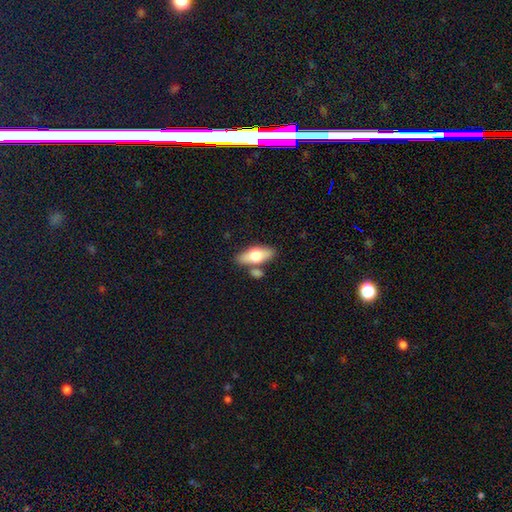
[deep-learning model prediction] Smooth or featured?
  - smooth: 61% *
  - featured or disk: 33%
  - star or artifact: 6%
How rounded?
  - in between: 79% *
  - cigar-shaped: 17%
  - round: 4%
Merging?
  - none: 69% *
  - merger: 15%
  - minor disturbance: 12%
  - major disturbance: 3%